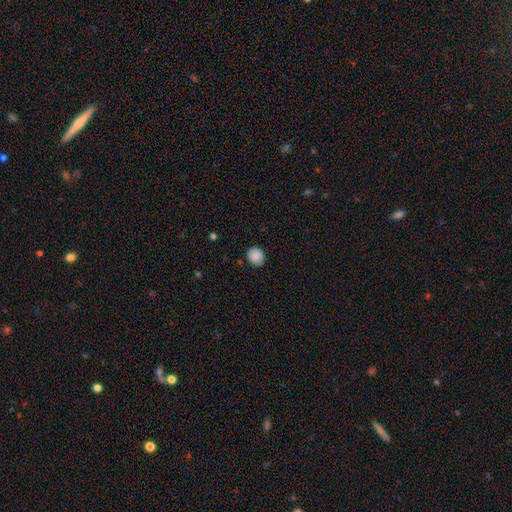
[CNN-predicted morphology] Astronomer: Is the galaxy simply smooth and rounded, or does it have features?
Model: smooth — 88%.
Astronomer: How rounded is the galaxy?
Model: round — 65%.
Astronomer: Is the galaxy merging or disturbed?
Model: none — 84%.